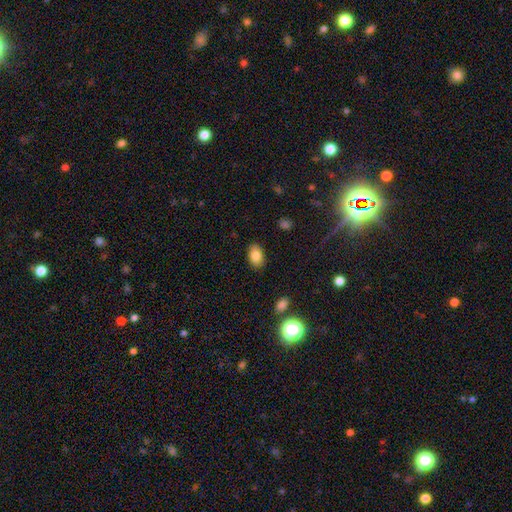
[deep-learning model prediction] Q: Smooth or featured?
A: smooth (84%); runner-up: star or artifact (8%)
Q: How rounded?
A: in between (89%); runner-up: round (9%)
Q: Merging?
A: none (85%); runner-up: minor disturbance (11%)